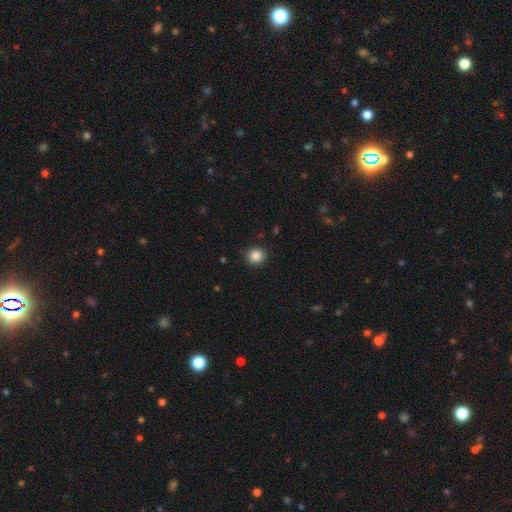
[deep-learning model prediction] Smooth or featured? Predicted: smooth (p=0.86). How rounded? Predicted: round (p=0.88). Merging? Predicted: none (p=0.90).